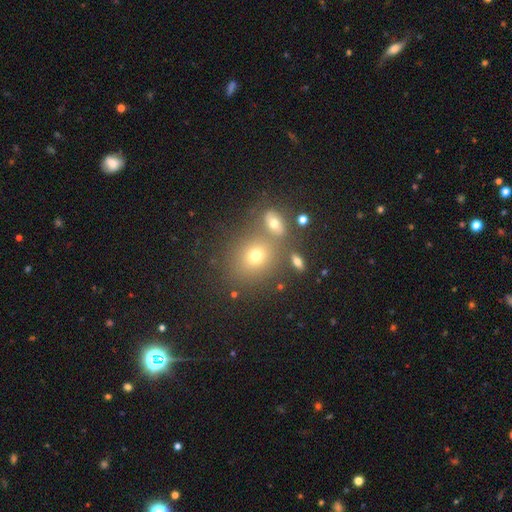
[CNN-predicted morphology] Smooth or featured? Predicted: smooth (p=0.69). How rounded? Predicted: round (p=0.64). Merging? Predicted: none (p=0.63).